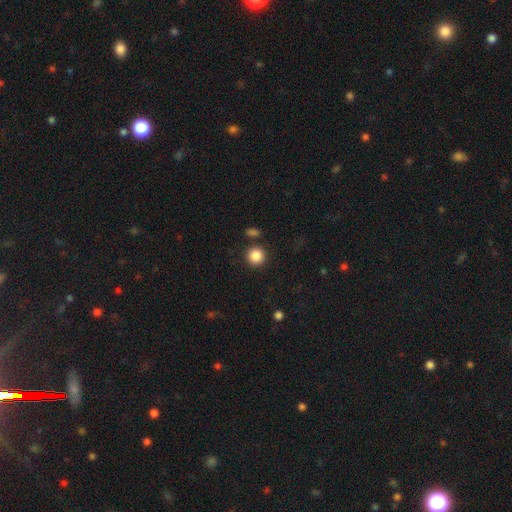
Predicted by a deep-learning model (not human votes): This is clearly a smooth galaxy (87%). How rounded: clearly round (93%). Merging: clearly none (86%).